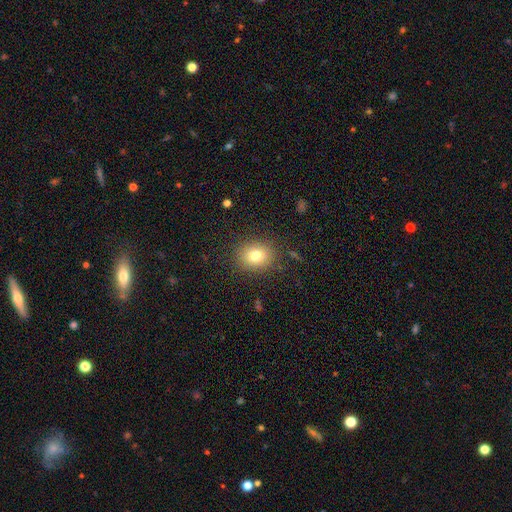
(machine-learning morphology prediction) Smooth or featured: smooth — 78% (star or artifact — 12%)
How rounded: round — 65% (in between — 34%)
Merging: none — 86% (minor disturbance — 9%)